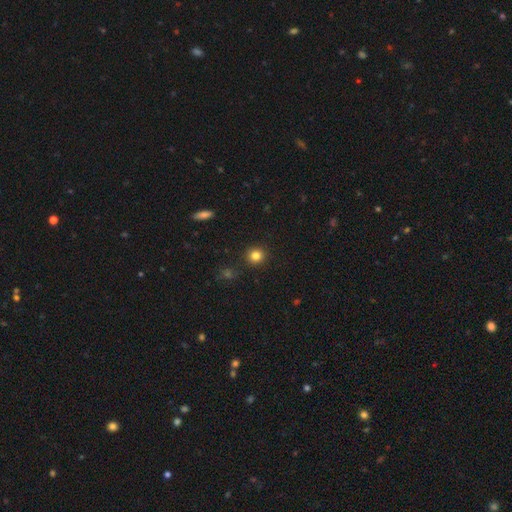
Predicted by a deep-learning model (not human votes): This appears to be a smooth galaxy with no disk features (82%) that is round (91%). Merging: none (90%).